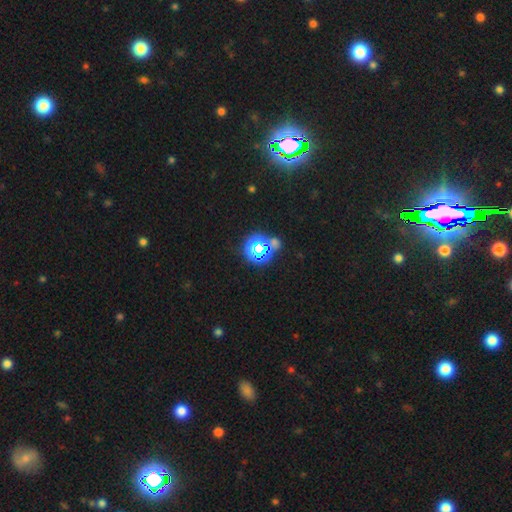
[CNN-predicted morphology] Smooth or featured? Predicted: star or artifact (p=0.69).